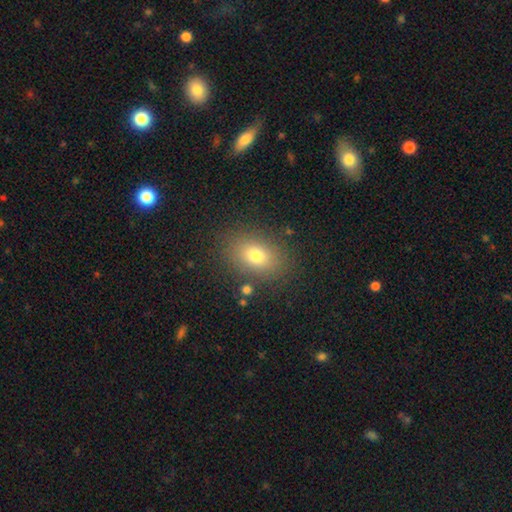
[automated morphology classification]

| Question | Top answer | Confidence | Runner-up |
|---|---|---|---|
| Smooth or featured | smooth | 75% | star or artifact (13%) |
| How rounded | in between | 75% | round (23%) |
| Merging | none | 84% | minor disturbance (10%) |